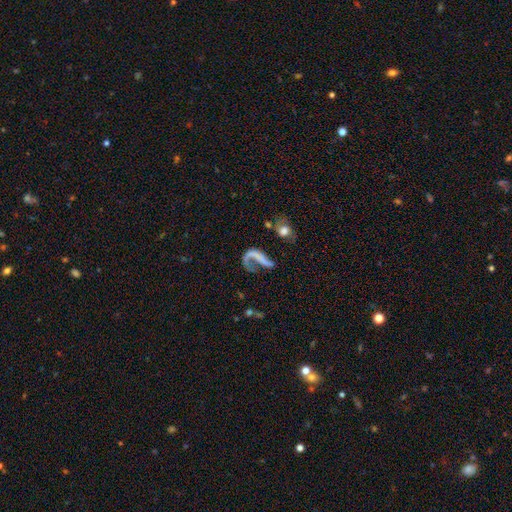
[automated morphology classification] This appears to be a featured or disk galaxy (63%) with no bar (62%), spiral arms (67%) and no central bulge (69%). Merging: major disturbance (45%).